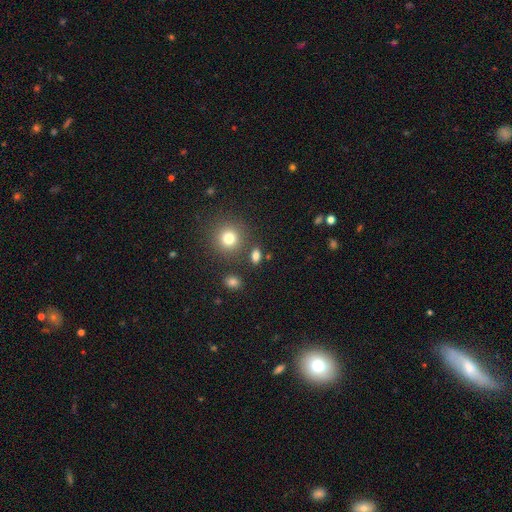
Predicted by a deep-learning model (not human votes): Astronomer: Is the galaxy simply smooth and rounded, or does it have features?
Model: smooth — 78%.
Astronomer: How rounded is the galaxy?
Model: in between — 66%.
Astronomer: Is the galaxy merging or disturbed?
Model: none — 79%.